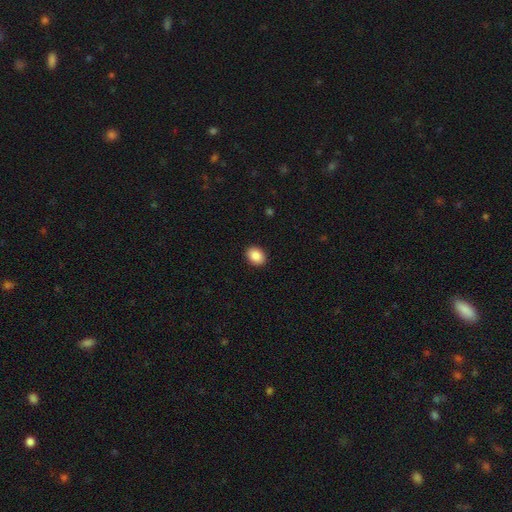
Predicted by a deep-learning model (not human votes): smooth-or-featured: smooth: 88% | star or artifact: 8% | featured or disk: 4%
  how-rounded: in between: 63% | round: 36% | cigar-shaped: 1%
  merging: none: 91% | minor disturbance: 6% | major disturbance: 2% | merger: 1%